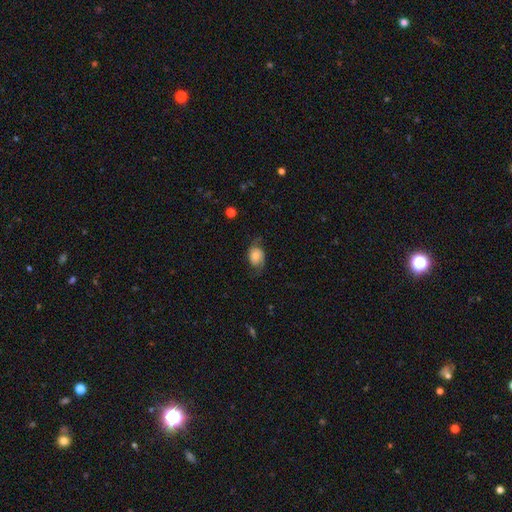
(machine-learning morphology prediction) A smooth galaxy with no disk features (47%). Merging: none (59%).